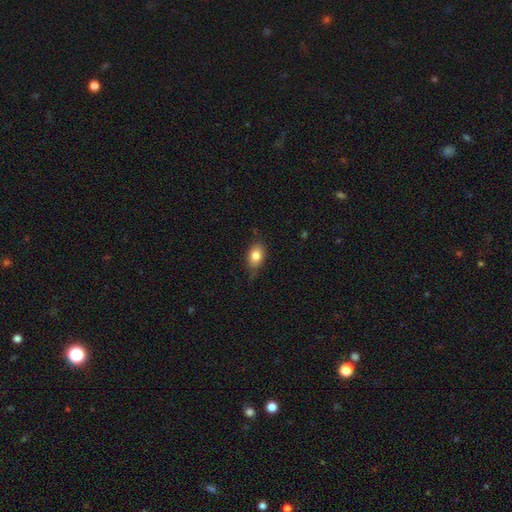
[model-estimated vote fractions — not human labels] Morphology: type=smooth (81%); roundness=in between (80%); merging=none (67%).